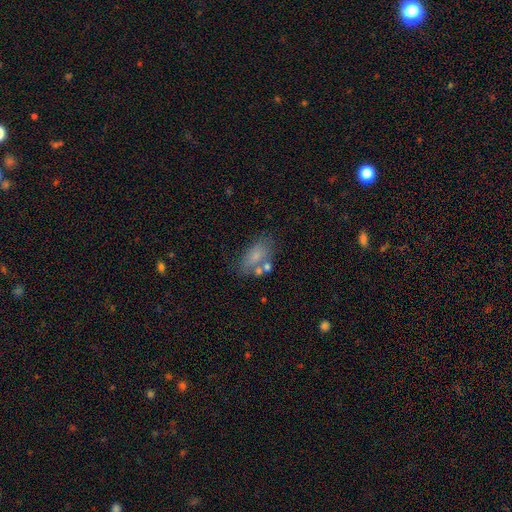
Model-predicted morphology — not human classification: The model was most divided on "merging": none: 57%, minor disturbance: 20%, merger: 15%, major disturbance: 8%. More confident: how rounded — in between (88%); smooth or featured — smooth (73%).